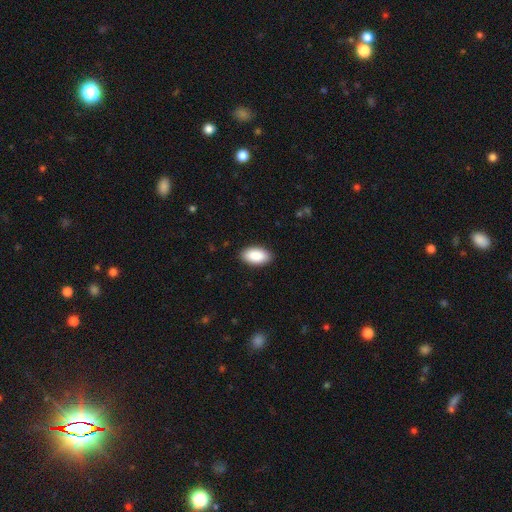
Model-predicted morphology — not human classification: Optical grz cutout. It shows a smooth galaxy with no disk features (90%) that is in between round and cigar-shaped (95%). Merging: none (89%).